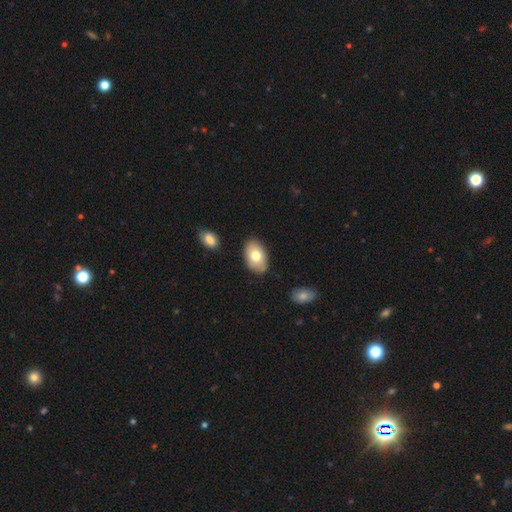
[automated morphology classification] A smooth galaxy with no disk features (76%) that is in between round and cigar-shaped (92%).

Vote fractions:
- Smooth or featured? smooth: 76% / featured or disk: 17% / star or artifact: 7%
- How rounded? in between: 92% / round: 7% / cigar-shaped: 1%
- Merging? none: 83% / minor disturbance: 12% / merger: 3% / major disturbance: 2%